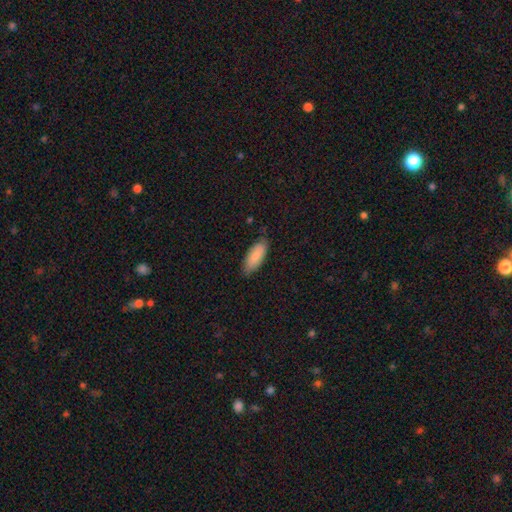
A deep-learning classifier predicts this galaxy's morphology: Overall: smooth (85%). How rounded: in between (80%). Merging: none (77%).